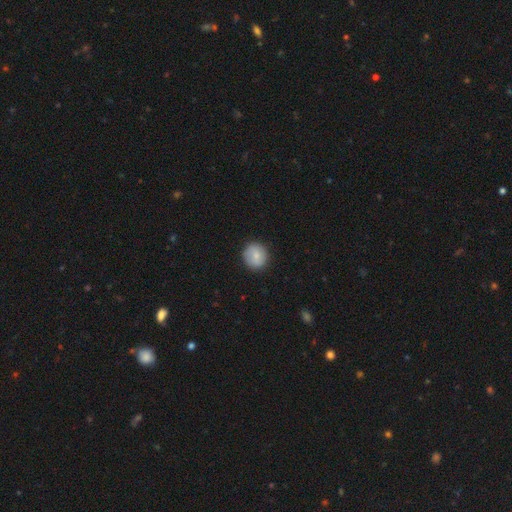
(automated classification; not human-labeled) Smooth or featured? Predicted: smooth (p=0.80). How rounded? Predicted: round (p=0.87). Merging? Predicted: none (p=0.87).